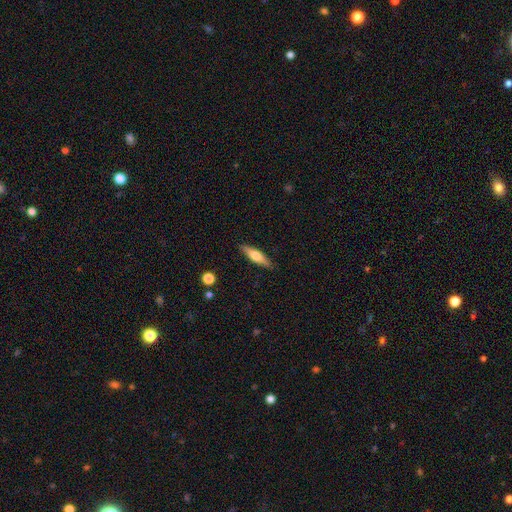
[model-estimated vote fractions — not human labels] This is possibly a smooth galaxy (56%). How rounded: likely cigar-shaped (73%). Merging: clearly none (88%).